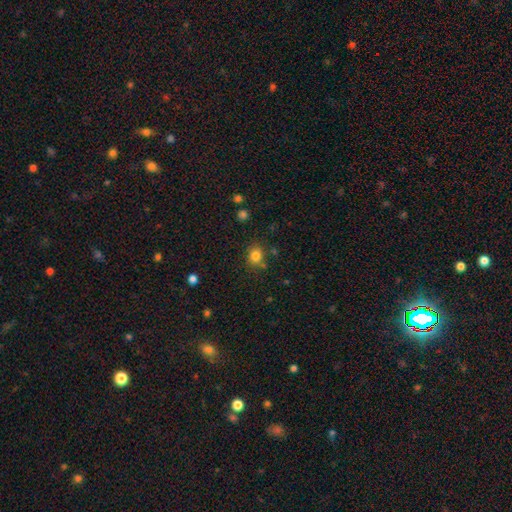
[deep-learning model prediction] This is clearly a smooth galaxy (81%). How rounded: likely round (68%). Merging: likely none (77%).